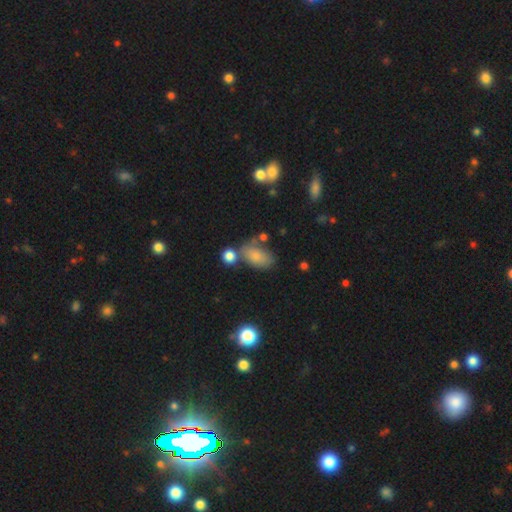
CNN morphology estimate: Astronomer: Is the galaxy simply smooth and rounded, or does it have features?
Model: smooth — 77%.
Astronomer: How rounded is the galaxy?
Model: in between — 90%.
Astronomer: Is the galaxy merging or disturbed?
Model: none — 49%.